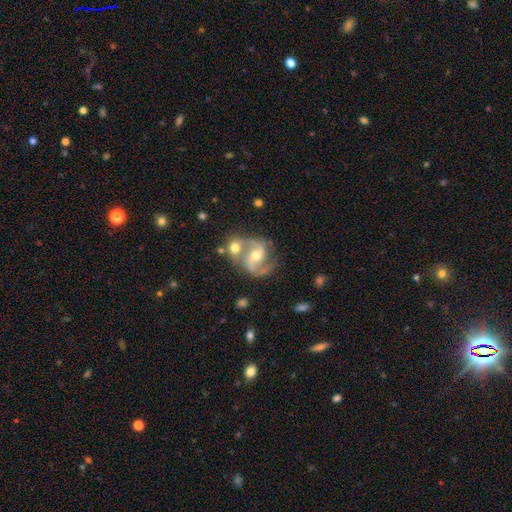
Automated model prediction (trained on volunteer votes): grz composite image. It shows a featured or disk galaxy (88%) with a weak bar (42%), 2 (92%) medium (61%) spiral arms (97%) and a moderate central bulge (68%). Merging: none (54%).